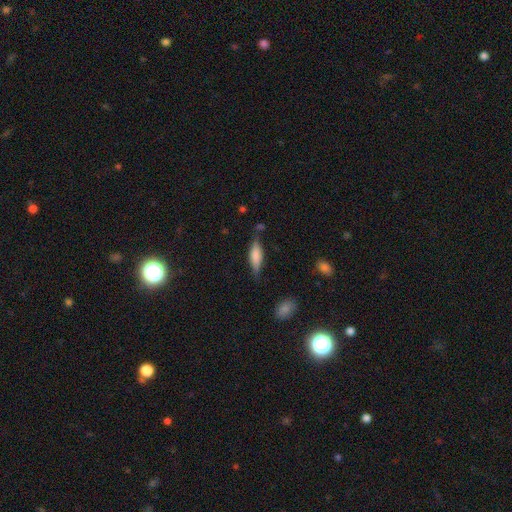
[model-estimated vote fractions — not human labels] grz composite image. It shows a smooth galaxy with no disk features (64%) that is cigar-shaped (49%, tied with in between). Merging: none (70%).